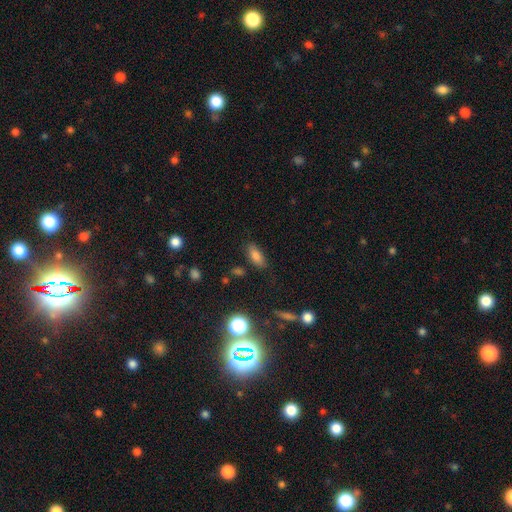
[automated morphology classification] Smooth or featured? Predicted: smooth (p=0.80). How rounded? Predicted: in between (p=0.82). Merging? Predicted: none (p=0.82).